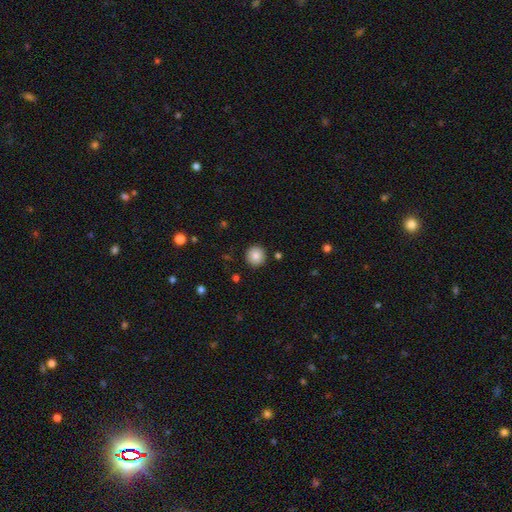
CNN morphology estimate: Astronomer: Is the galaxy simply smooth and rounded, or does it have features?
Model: smooth — 85%.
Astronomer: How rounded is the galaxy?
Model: round — 95%.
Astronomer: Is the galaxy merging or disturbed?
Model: none — 91%.